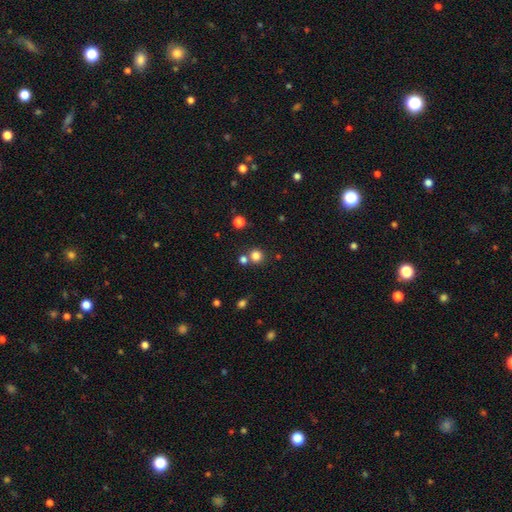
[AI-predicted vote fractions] Morphology: type=smooth (80%); roundness=round (92%); merging=none (72%).